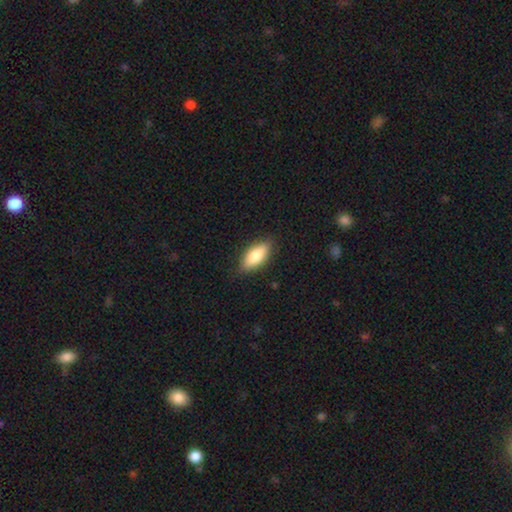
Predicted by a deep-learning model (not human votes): Overall: smooth (79%). How rounded: in between (81%). Merging: none (85%).